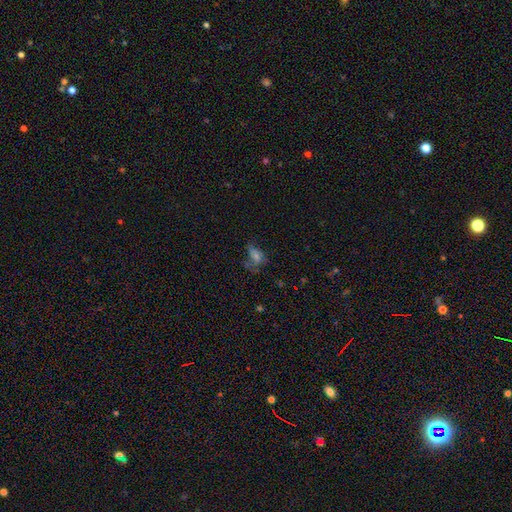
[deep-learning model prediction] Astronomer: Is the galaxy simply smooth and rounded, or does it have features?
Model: smooth — 40% (runner-up: featured or disk, 31%).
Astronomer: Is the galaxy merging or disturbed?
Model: none — 40% (runner-up: major disturbance, 33%).